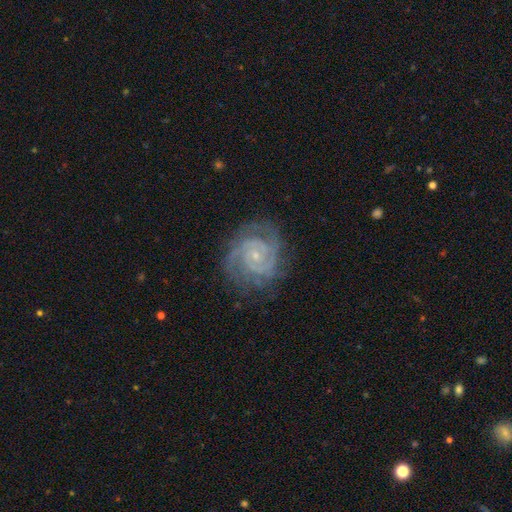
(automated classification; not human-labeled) smooth-or-featured: featured or disk: 90% | star or artifact: 5% | smooth: 4%
  disk-edge-on: no: 98% | yes: 2%
    bar: no: 70% | weak: 24% | strong: 6%
    has-spiral-arms: yes: 98% | no: 2%
      spiral-winding: tight: 68% | medium: 29% | loose: 4%
      spiral-arm-count: 2: 54% | 3: 21% | can't tell: 11% | 4: 6% | more than 4: 4% | 1: 4%
    bulge-size: small: 81% | moderate: 14% | none: 2% | large: 1% | dominant: 1%
  merging: none: 76% | minor disturbance: 17% | major disturbance: 6% | merger: 1%